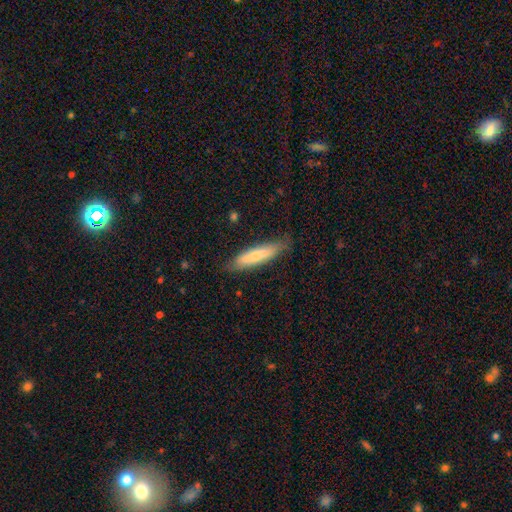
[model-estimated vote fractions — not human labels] Q: Smooth or featured?
A: smooth (71%); runner-up: featured or disk (23%)
Q: How rounded?
A: cigar-shaped (81%); runner-up: in between (18%)
Q: Merging?
A: none (80%); runner-up: minor disturbance (16%)